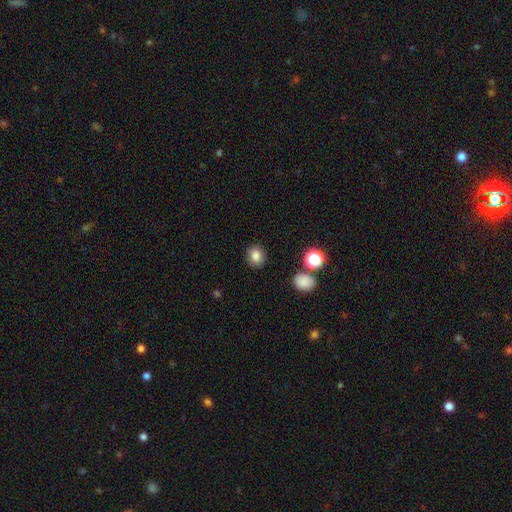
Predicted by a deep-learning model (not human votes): A smooth galaxy with no disk features (83%) that is round (68%). Merging: none (87%).